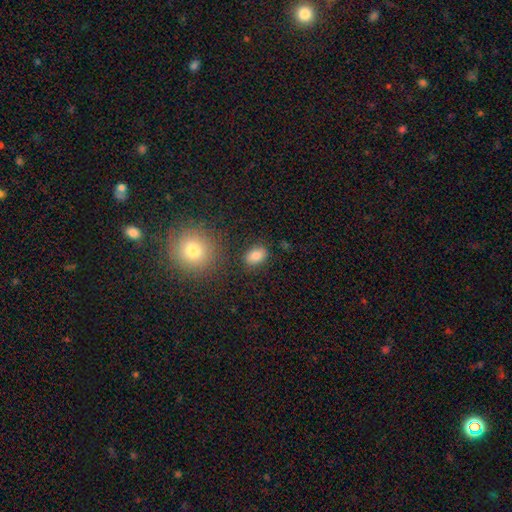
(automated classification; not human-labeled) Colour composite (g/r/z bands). It shows a smooth galaxy with no disk features (82%) that is in between round and cigar-shaped (79%). Merging: none (83%).